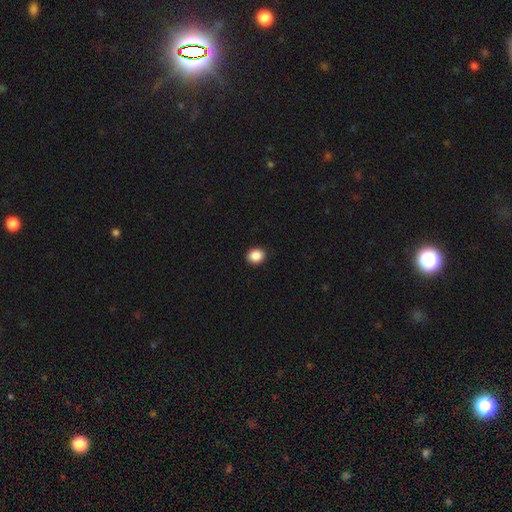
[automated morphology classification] This appears to be a smooth galaxy with no disk features (89%) that is round (65%). Merging: none (91%).